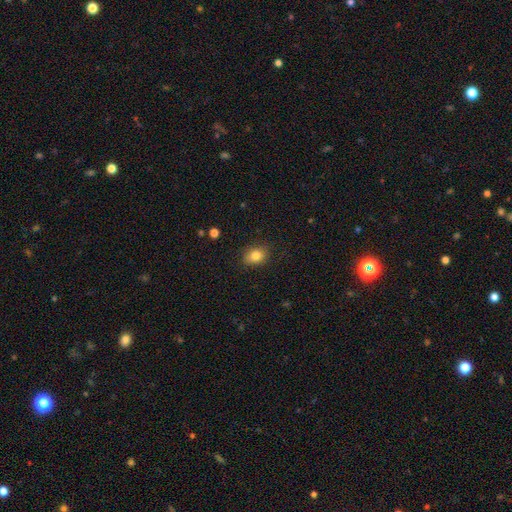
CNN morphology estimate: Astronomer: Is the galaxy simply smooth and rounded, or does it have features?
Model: smooth — 83%.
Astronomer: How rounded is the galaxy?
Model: in between — 67%.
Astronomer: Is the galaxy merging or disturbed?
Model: none — 84%.